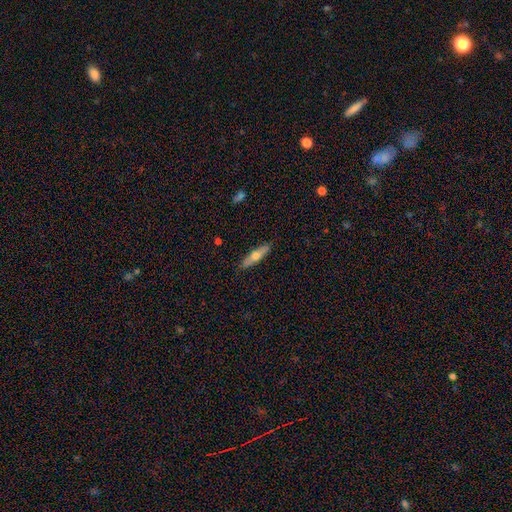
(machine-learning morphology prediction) Q: Smooth or featured?
A: smooth (50%); runner-up: featured or disk (44%)
Q: Merging?
A: none (89%); runner-up: minor disturbance (8%)